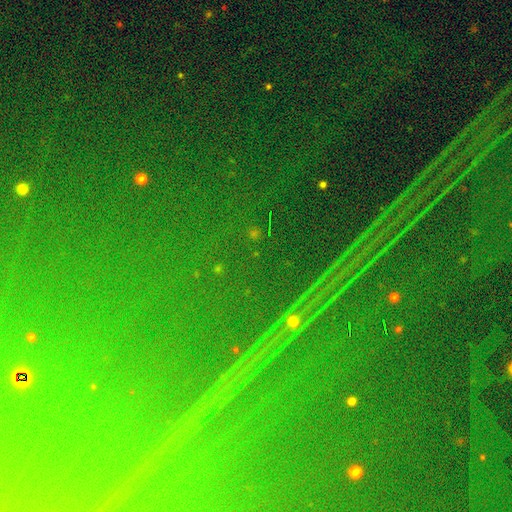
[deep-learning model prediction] star or artifact 88%, featured or disk 7%, smooth 6%.